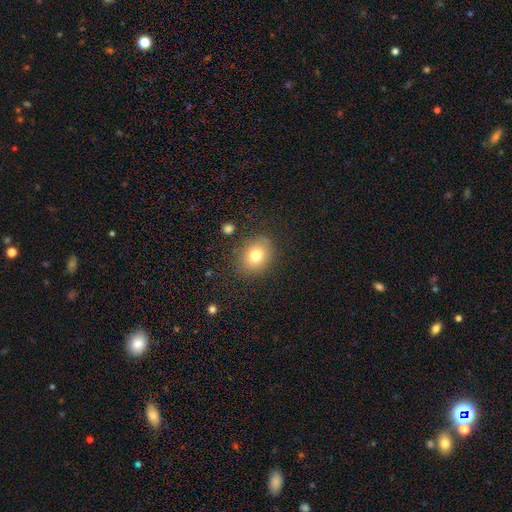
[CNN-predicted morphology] This is likely a smooth galaxy (77%). How rounded: possibly round (53%). Merging: clearly none (82%).